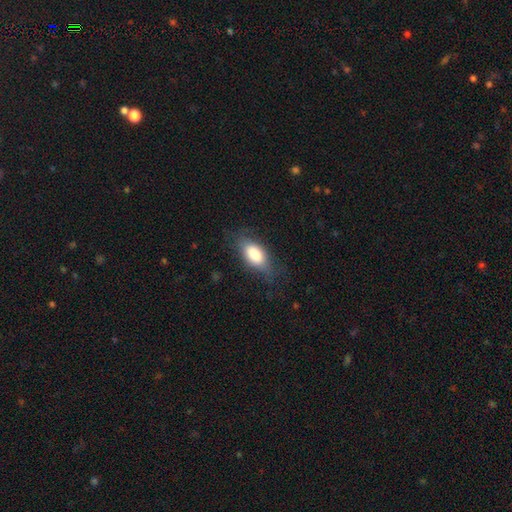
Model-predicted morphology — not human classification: This appears to be a smooth galaxy with no disk features (80%) that is in between round and cigar-shaped (87%). Merging: none (67%).